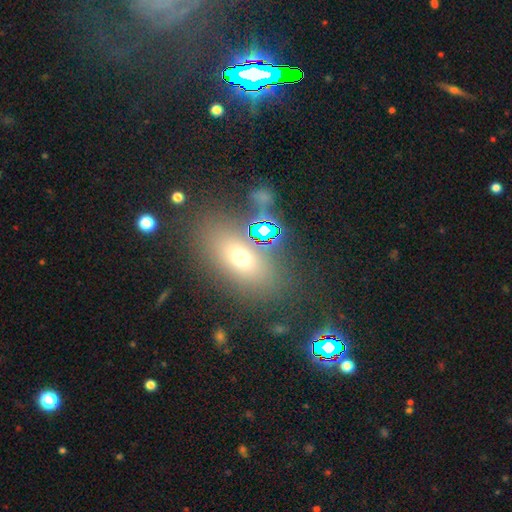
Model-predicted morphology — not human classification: smooth_or_featured: smooth (p=0.48) [alt: star or artifact p=0.32]
merging: none (p=0.74) [alt: minor disturbance p=0.11]